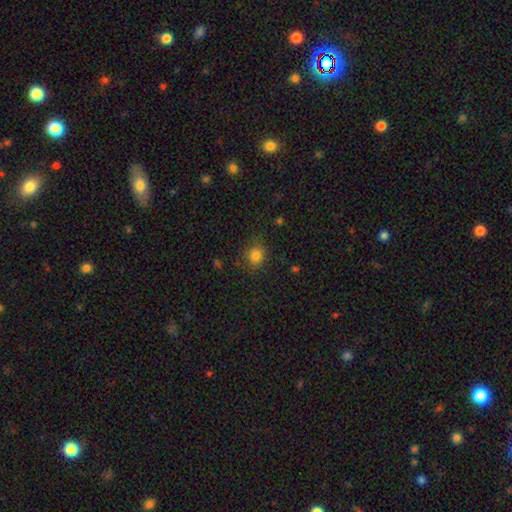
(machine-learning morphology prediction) smooth-or-featured: smooth: 83% | star or artifact: 12% | featured or disk: 5%
  how-rounded: round: 81% | in between: 18% | cigar-shaped: 1%
  merging: none: 82% | minor disturbance: 13% | major disturbance: 4% | merger: 1%